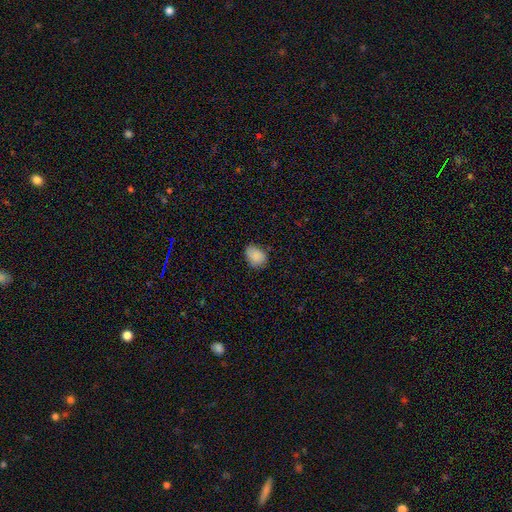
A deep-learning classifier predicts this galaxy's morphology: Smooth or featured? Predicted: smooth (p=0.87). How rounded? Predicted: in between (p=0.62). Merging? Predicted: none (p=0.73).